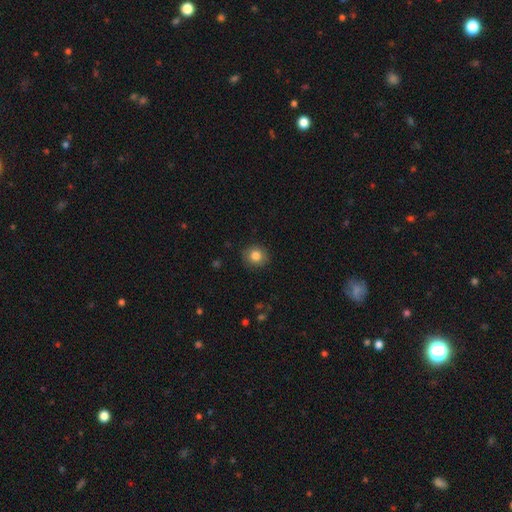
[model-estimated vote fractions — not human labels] Smooth or featured: smooth — 83% (star or artifact — 9%)
How rounded: round — 83% (in between — 16%)
Merging: none — 89% (minor disturbance — 8%)